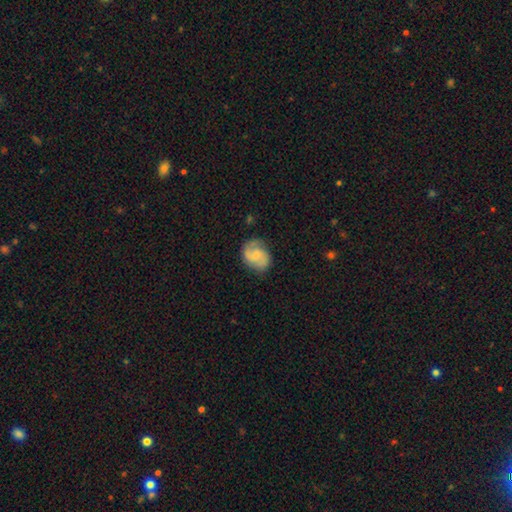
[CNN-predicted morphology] Smooth or featured: featured or disk — 58% (smooth — 35%)
Edge-on disk: no — 98% (yes — 2%)
Bar: no — 55% (weak — 39%)
Spiral arms: yes — 92% (no — 8%)
Spiral winding: medium — 48% (loose — 29%)
Spiral arm count: 2 — 83% (can't tell — 7%)
Bulge size: small — 49% (none — 24%)
Merging: none — 71% (minor disturbance — 20%)